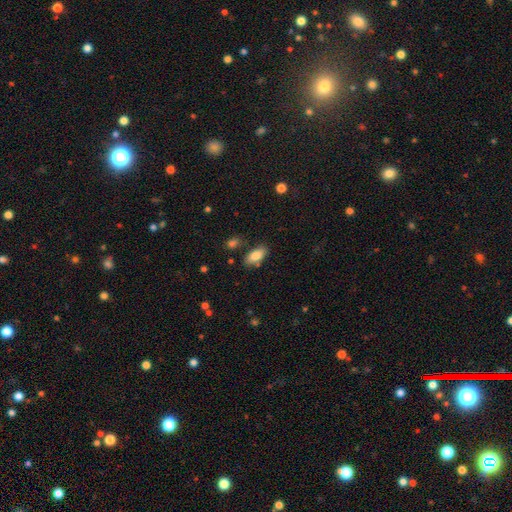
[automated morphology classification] A smooth galaxy with no disk features (84%) that is in between round and cigar-shaped (89%). Merging: none (76%).